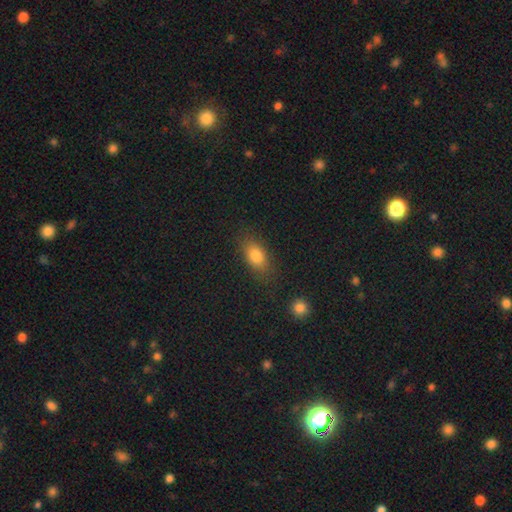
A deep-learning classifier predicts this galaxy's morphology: This appears to be a smooth galaxy with no disk features (80%) that is in between round and cigar-shaped (81%). Merging: none (79%).